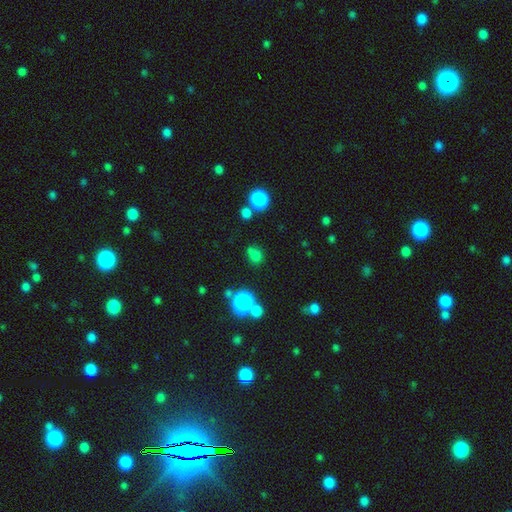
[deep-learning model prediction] The model was most divided on "how rounded": round: 65%, in between: 33%, cigar-shaped: 1%. More confident: smooth or featured — smooth (70%); merging — none (60%).